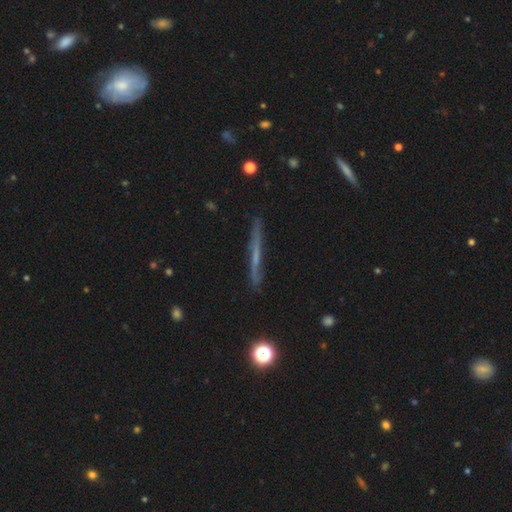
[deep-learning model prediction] featured or disk 54%, smooth 36%, star or artifact 10%. Down the decision tree: edge-on disk — yes (95%); edge-on bulge — none (76%); merging — none (86%).